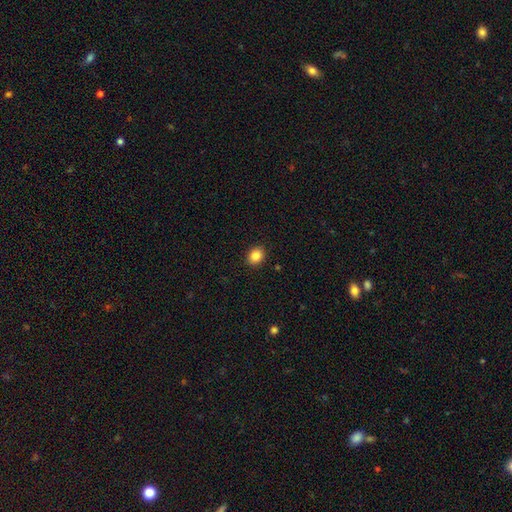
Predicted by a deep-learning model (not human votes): Smooth or featured: smooth — 86% (star or artifact — 10%)
How rounded: round — 58% (in between — 41%)
Merging: none — 91% (minor disturbance — 6%)